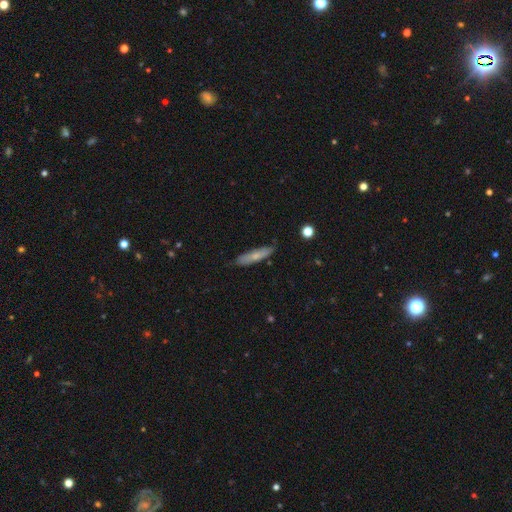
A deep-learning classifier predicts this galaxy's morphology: The model was most divided on "smooth or featured": smooth: 63%, featured or disk: 31%, star or artifact: 6%. More confident: how rounded — cigar-shaped (78%); merging — none (77%).